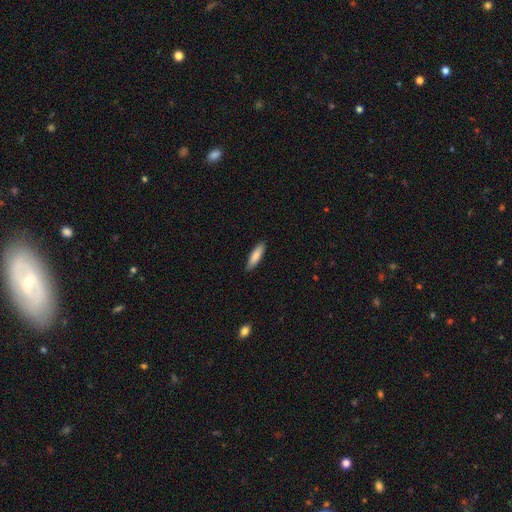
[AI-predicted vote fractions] Smooth or featured: smooth — 81% (featured or disk — 13%)
How rounded: cigar-shaped — 62% (in between — 37%)
Merging: none — 88% (minor disturbance — 9%)